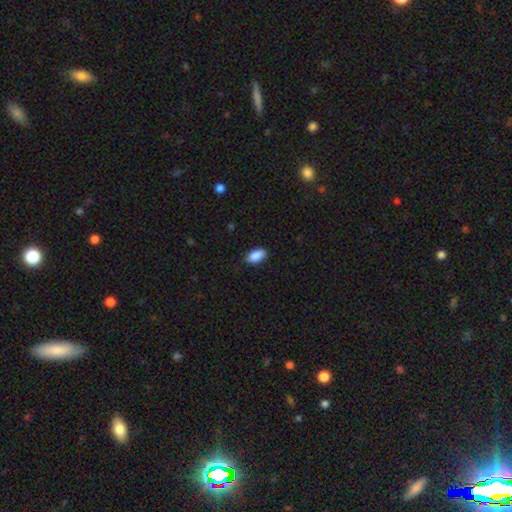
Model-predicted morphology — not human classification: A smooth galaxy with no disk features (89%) that is in between round and cigar-shaped (93%).

Vote fractions:
- Smooth or featured? smooth: 89% / star or artifact: 7% / featured or disk: 4%
- How rounded? in between: 93% / round: 4% / cigar-shaped: 3%
- Merging? none: 84% / minor disturbance: 13% / major disturbance: 2% / merger: 1%